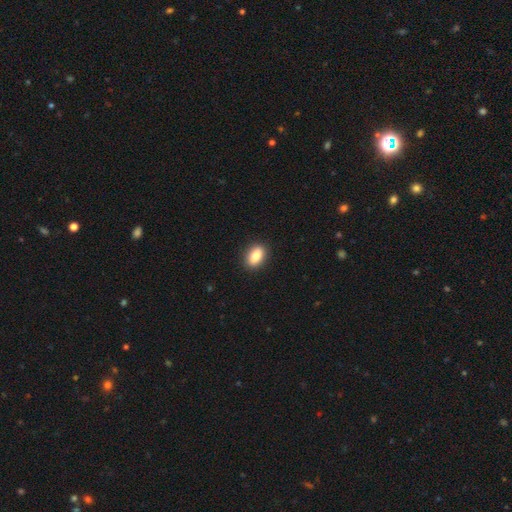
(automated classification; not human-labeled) Overall: smooth (85%). How rounded: in between (86%). Merging: none (90%).